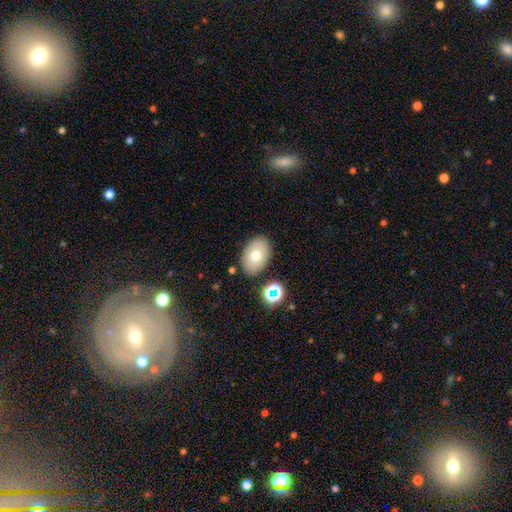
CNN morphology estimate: Smooth or featured?
  - smooth: 74% *
  - featured or disk: 16%
  - star or artifact: 10%
How rounded?
  - in between: 87% *
  - round: 12%
  - cigar-shaped: 1%
Merging?
  - none: 84% *
  - minor disturbance: 10%
  - merger: 3%
  - major disturbance: 2%